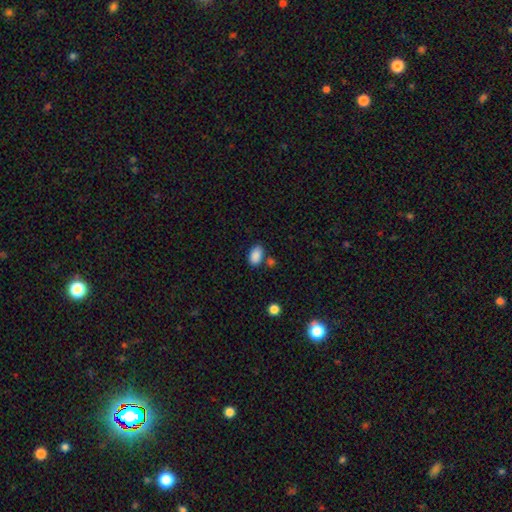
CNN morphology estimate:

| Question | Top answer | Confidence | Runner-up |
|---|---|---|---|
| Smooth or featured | smooth | 88% | star or artifact (8%) |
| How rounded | in between | 92% | round (7%) |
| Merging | none | 71% | minor disturbance (14%) |